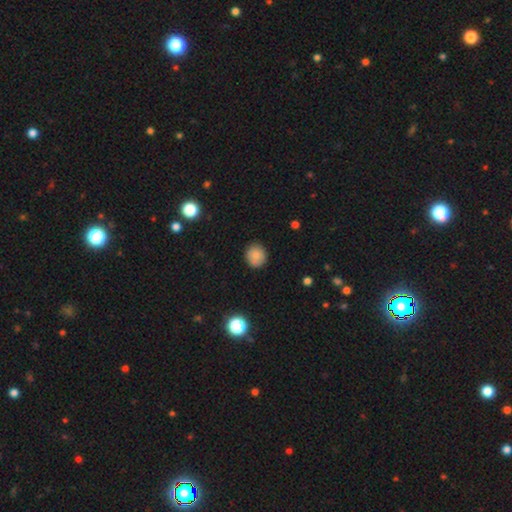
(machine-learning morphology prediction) The model was most divided on "smooth or featured": smooth: 84%, star or artifact: 9%, featured or disk: 7%. More confident: merging — none (89%); how rounded — round (87%).